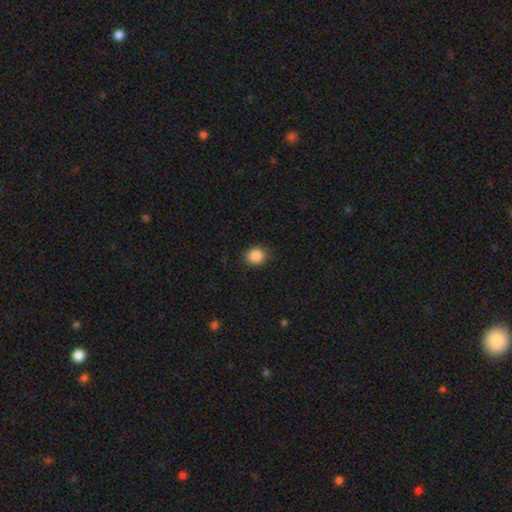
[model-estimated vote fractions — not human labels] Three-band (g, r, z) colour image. It shows a smooth galaxy with no disk features (88%) that is round (74%). Merging: none (88%).